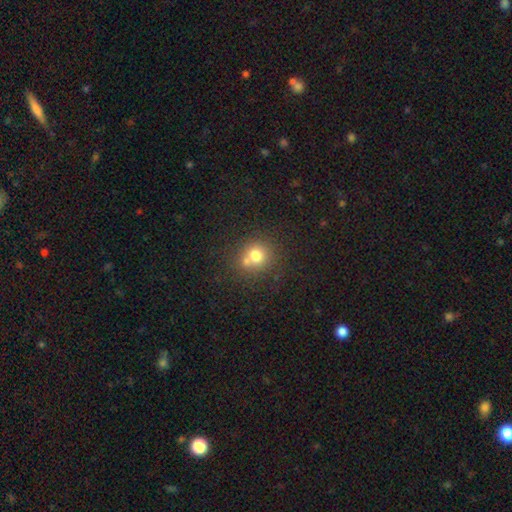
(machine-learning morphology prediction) Overall: smooth (74%). How rounded: round (87%). Merging: none (55%; merger 32%).